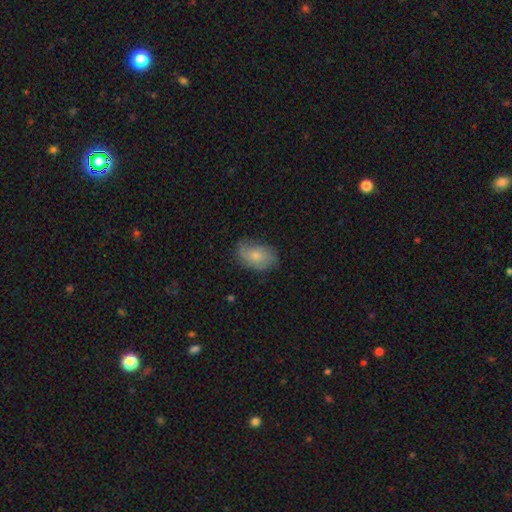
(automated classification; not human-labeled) A smooth galaxy with no disk features (55%) that is in between round and cigar-shaped (83%).

Vote fractions:
- Smooth or featured? smooth: 55% / featured or disk: 37% / star or artifact: 8%
- How rounded? in between: 83% / round: 15% / cigar-shaped: 2%
- Merging? none: 67% / minor disturbance: 25% / major disturbance: 7% / merger: 1%